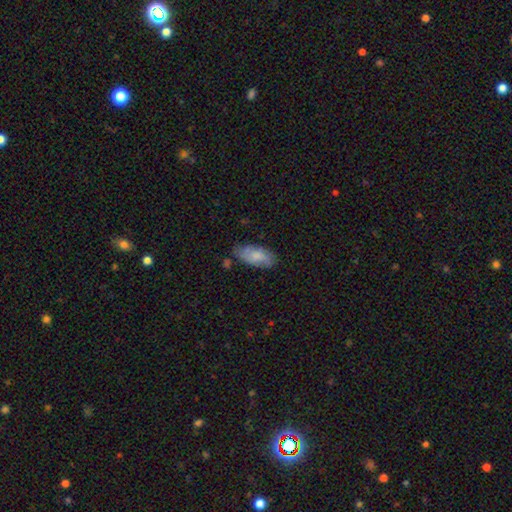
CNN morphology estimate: type=smooth (69%); roundness=in between (89%); merging=none (70%).